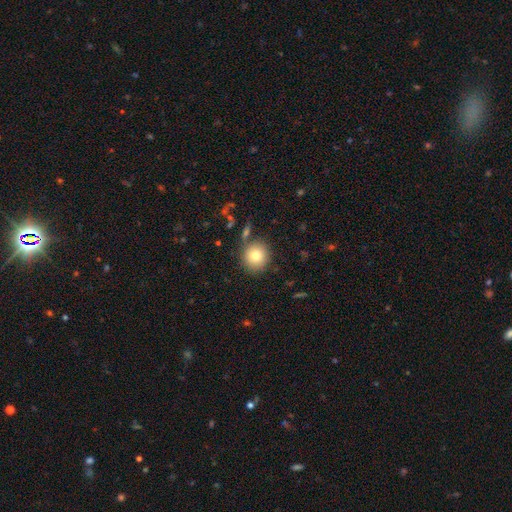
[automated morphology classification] Overall: smooth (79%). How rounded: round (90%). Merging: none (83%).